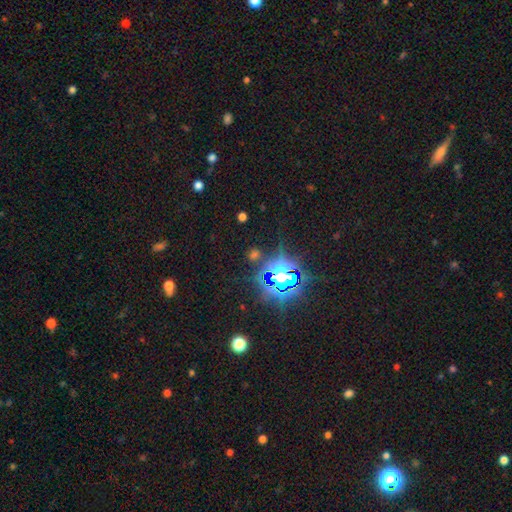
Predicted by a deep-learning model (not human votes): A star or artifact, not a galaxy (77%).

Vote fractions:
- Smooth or featured? star or artifact: 77% / smooth: 15% / featured or disk: 9%